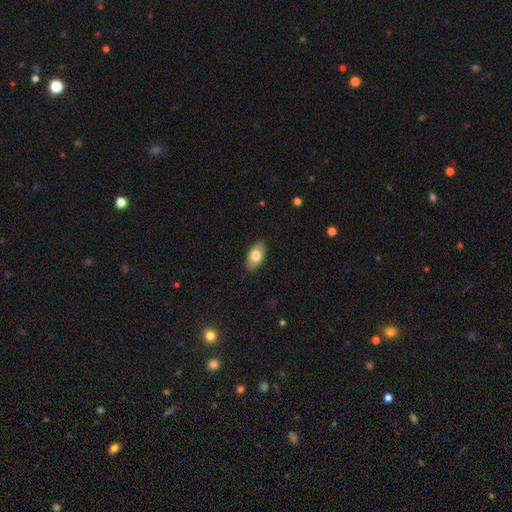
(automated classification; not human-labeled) smooth-or-featured: smooth: 75% | featured or disk: 19% | star or artifact: 6%
  how-rounded: in between: 92% | round: 5% | cigar-shaped: 3%
  merging: none: 87% | minor disturbance: 10% | major disturbance: 2% | merger: 1%